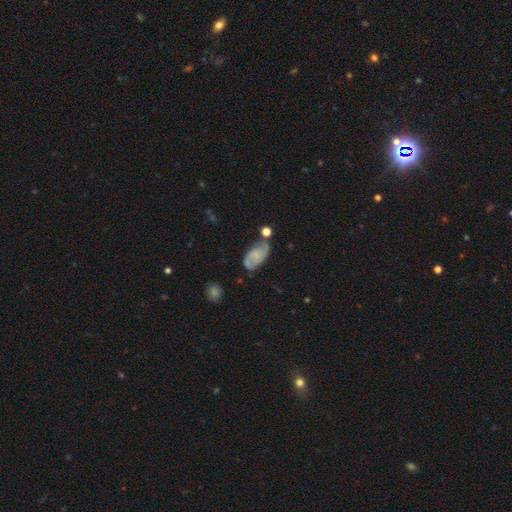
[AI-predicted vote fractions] Smooth or featured? Predicted: featured or disk (p=0.49). Merging? Predicted: none (p=0.48).